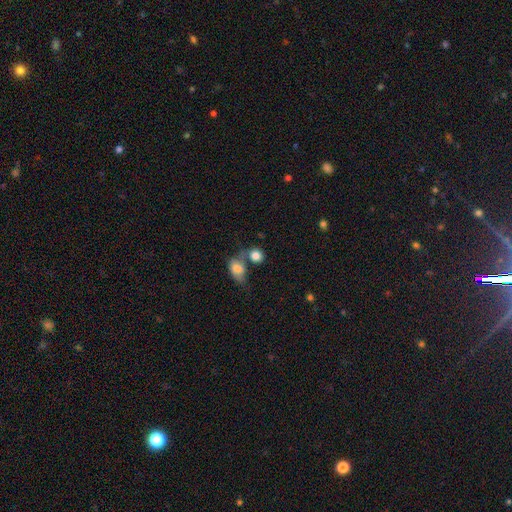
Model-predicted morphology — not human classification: smooth_or_featured: smooth (p=0.83) [alt: star or artifact p=0.09]
how_rounded: round (p=0.70) [alt: in between p=0.28]
merging: none (p=0.44) [alt: merger p=0.38]